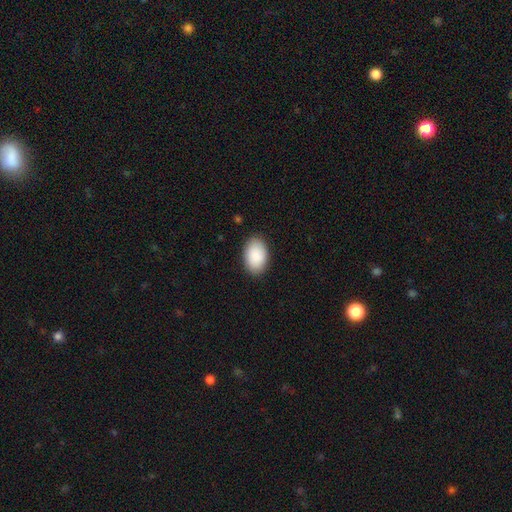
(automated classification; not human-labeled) Morphology: type=smooth (91%); roundness=in between (91%); merging=none (87%).